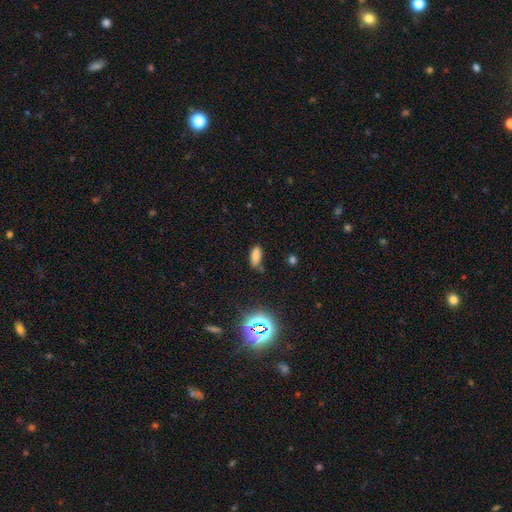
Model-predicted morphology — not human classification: Overall: smooth (76%). How rounded: in between (84%). Merging: none (67%).